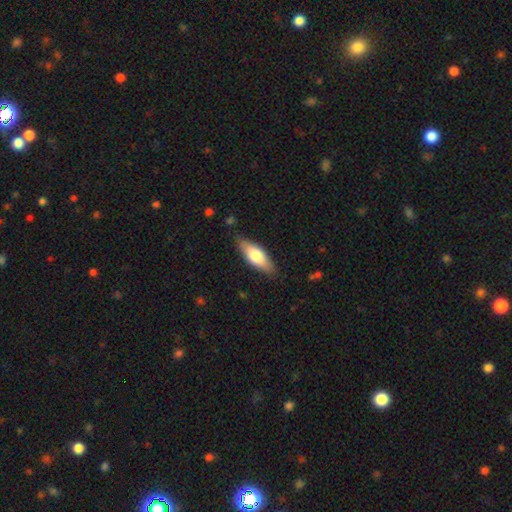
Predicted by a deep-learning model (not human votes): Overall: smooth (66%; featured or disk 28%). How rounded: in between (67%; cigar-shaped 31%). Merging: none (84%).